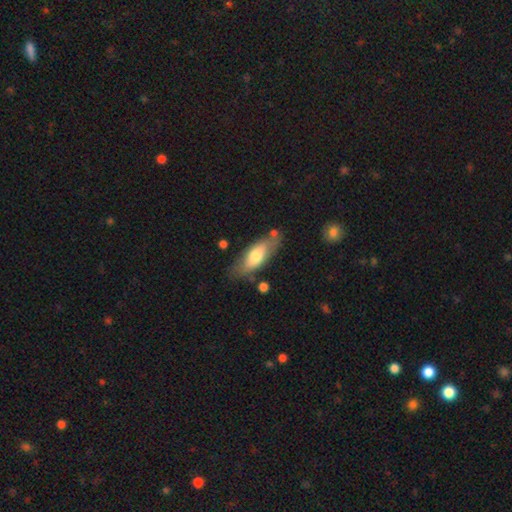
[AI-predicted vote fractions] Smooth or featured?
  - smooth: 63% *
  - featured or disk: 31%
  - star or artifact: 6%
How rounded?
  - in between: 70% *
  - cigar-shaped: 28%
  - round: 2%
Merging?
  - none: 69% *
  - minor disturbance: 19%
  - merger: 7%
  - major disturbance: 5%